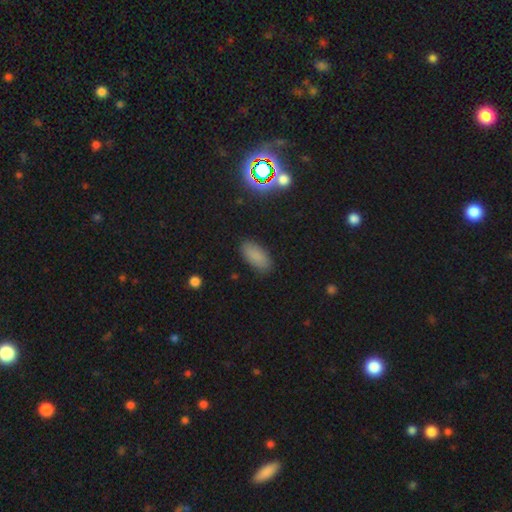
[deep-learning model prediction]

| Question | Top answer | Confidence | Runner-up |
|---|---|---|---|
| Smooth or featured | smooth | 82% | star or artifact (12%) |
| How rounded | in between | 89% | cigar-shaped (9%) |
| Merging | none | 87% | minor disturbance (10%) |